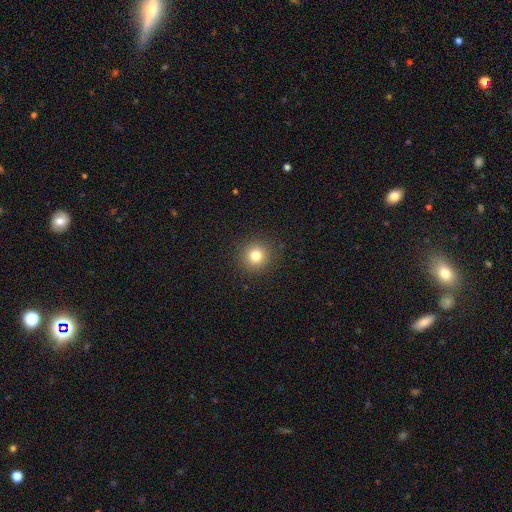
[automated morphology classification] Q: Smooth or featured?
A: smooth (79%); runner-up: star or artifact (13%)
Q: How rounded?
A: round (92%); runner-up: in between (7%)
Q: Merging?
A: none (91%); runner-up: minor disturbance (6%)